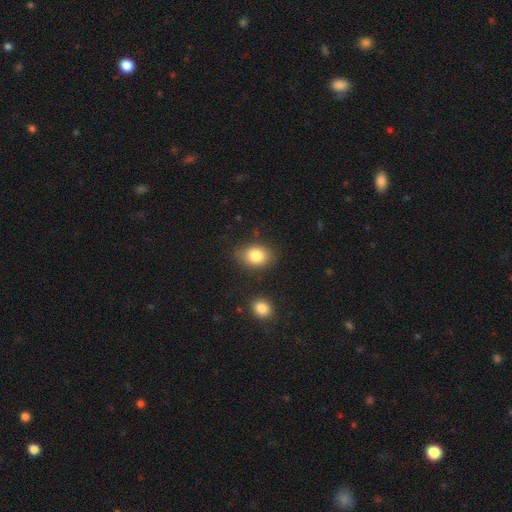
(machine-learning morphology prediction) smooth_or_featured: smooth (p=0.83) [alt: star or artifact p=0.09]
how_rounded: in between (p=0.67) [alt: round p=0.32]
merging: none (p=0.77) [alt: minor disturbance p=0.15]